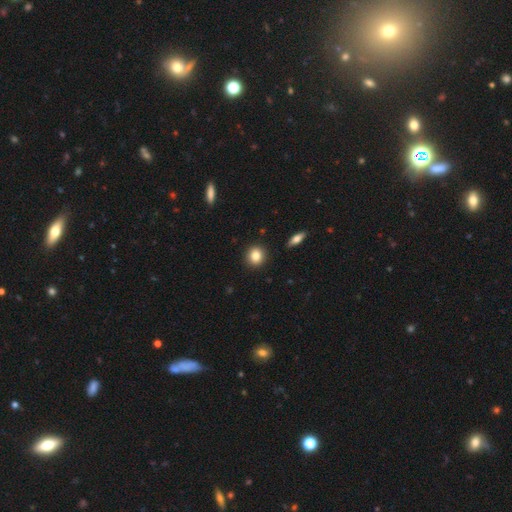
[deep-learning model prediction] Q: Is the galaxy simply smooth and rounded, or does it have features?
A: smooth — 84%.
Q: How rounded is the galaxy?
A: round — 83%.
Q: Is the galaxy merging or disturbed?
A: none — 91%.